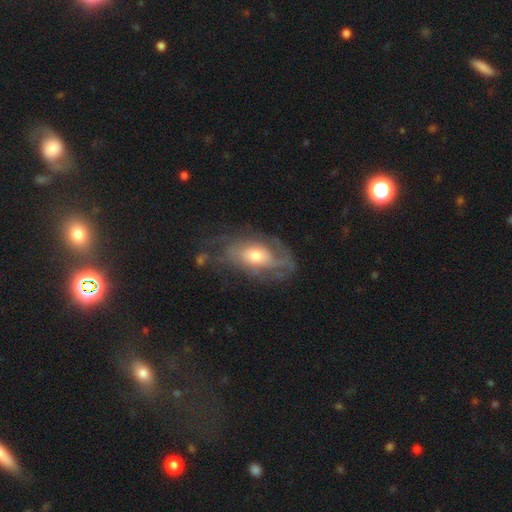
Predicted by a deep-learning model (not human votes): Morphology: type=featured or disk (71%); edge-on=no (91%); bar=no (70%); spiral arms=yes (78%); winding=tight (49%); arm count=can't tell (51%); bulge=moderate (63%); merging=none (57%).